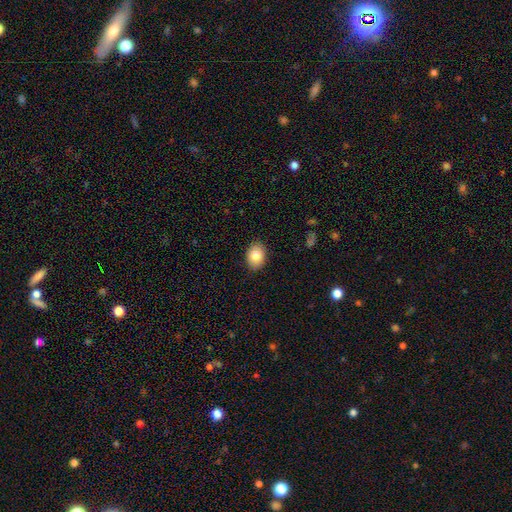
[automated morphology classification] A smooth galaxy with no disk features (84%) that is in between round and cigar-shaped (73%).

Vote fractions:
- Smooth or featured? smooth: 84% / featured or disk: 8% / star or artifact: 8%
- How rounded? in between: 73% / round: 26% / cigar-shaped: 1%
- Merging? none: 87% / minor disturbance: 10% / major disturbance: 2% / merger: 1%